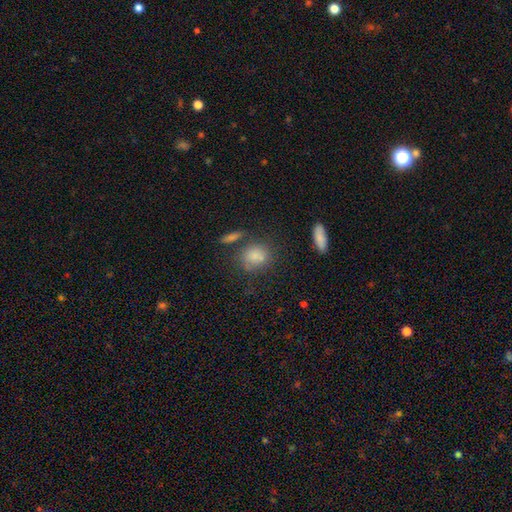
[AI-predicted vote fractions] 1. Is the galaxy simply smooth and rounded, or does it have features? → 77% smooth, 12% star or artifact, 11% featured or disk.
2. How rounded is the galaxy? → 59% round, 38% in between, 3% cigar-shaped.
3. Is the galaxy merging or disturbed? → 65% none, 16% minor disturbance, 12% merger, 7% major disturbance.